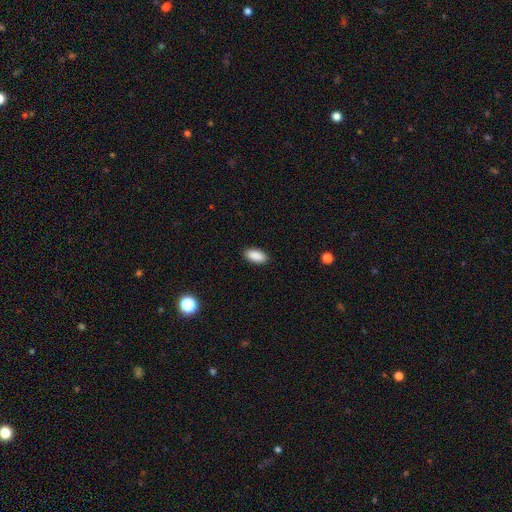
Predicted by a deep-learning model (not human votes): smooth-or-featured: smooth: 90% | star or artifact: 7% | featured or disk: 3%
  how-rounded: in between: 92% | cigar-shaped: 5% | round: 3%
  merging: none: 90% | minor disturbance: 7% | major disturbance: 2% | merger: 1%